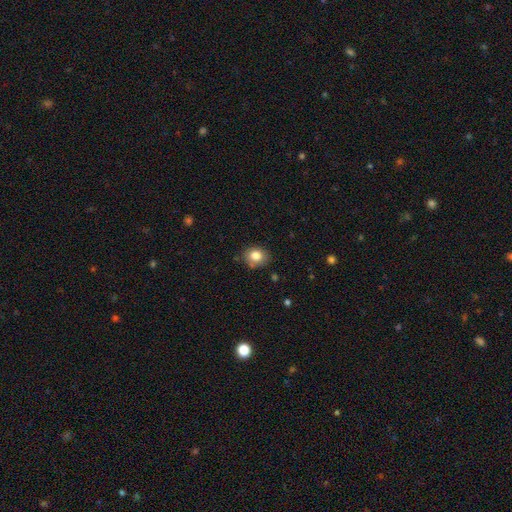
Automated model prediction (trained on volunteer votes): A smooth galaxy with no disk features (82%) that is round (64%). Merging: none (79%).